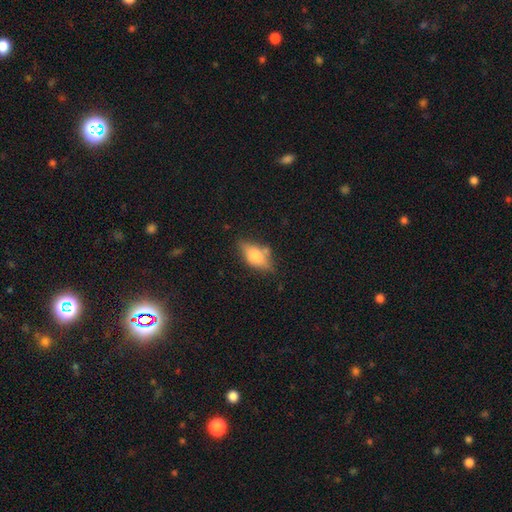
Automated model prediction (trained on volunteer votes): Smooth or featured: smooth — 70% (featured or disk — 21%)
How rounded: in between — 83% (cigar-shaped — 12%)
Merging: none — 62% (minor disturbance — 24%)